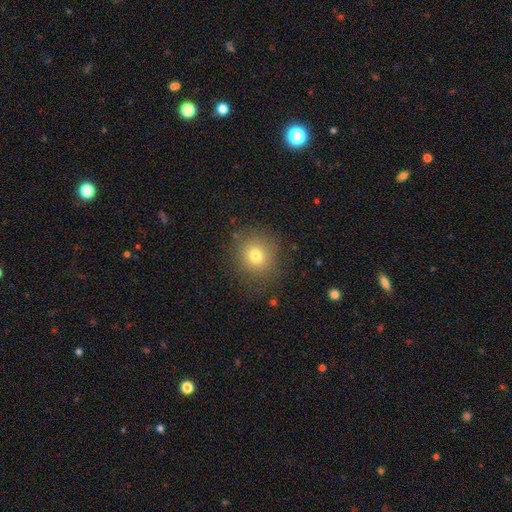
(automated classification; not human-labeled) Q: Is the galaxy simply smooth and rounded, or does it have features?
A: smooth — 75%.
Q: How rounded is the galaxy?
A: round — 88%.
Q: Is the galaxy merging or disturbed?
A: none — 84%.